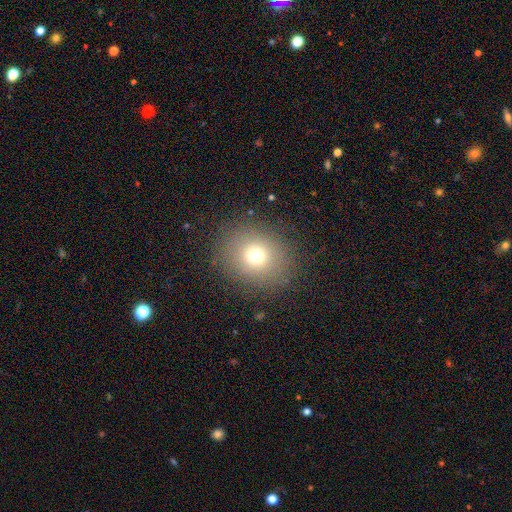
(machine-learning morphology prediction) A smooth galaxy with no disk features (72%) that is round (75%).

Vote fractions:
- Smooth or featured? smooth: 72% / star or artifact: 16% / featured or disk: 12%
- How rounded? round: 75% / in between: 25% / cigar-shaped: 1%
- Merging? none: 86% / minor disturbance: 9% / major disturbance: 4% / merger: 1%